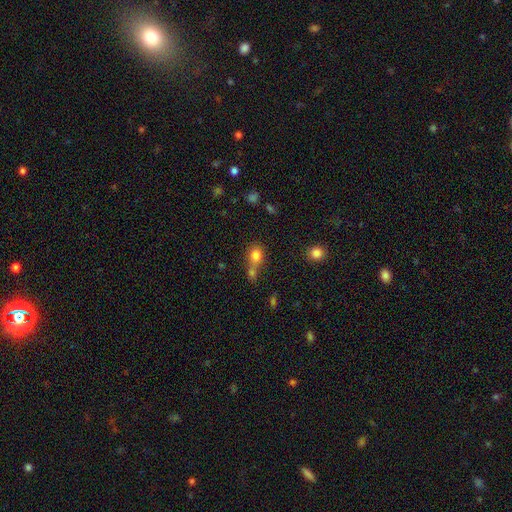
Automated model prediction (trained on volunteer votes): smooth_or_featured: smooth (p=0.79) [alt: star or artifact p=0.12]
how_rounded: round (p=0.59) [alt: in between p=0.40]
merging: merger (p=0.42) [alt: none p=0.41]